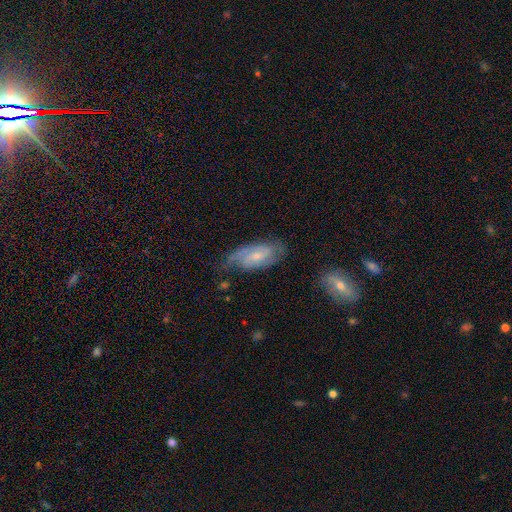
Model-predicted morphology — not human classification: Smooth or featured? featured or disk (66%)
Edge-on disk? no (93%)
Bar? weak (46%)
Spiral arms? yes (89%)
Spiral winding? medium (44%)
Spiral arm count? 2 (64%)
Bulge size? small (58%)
Merging? none (58%)